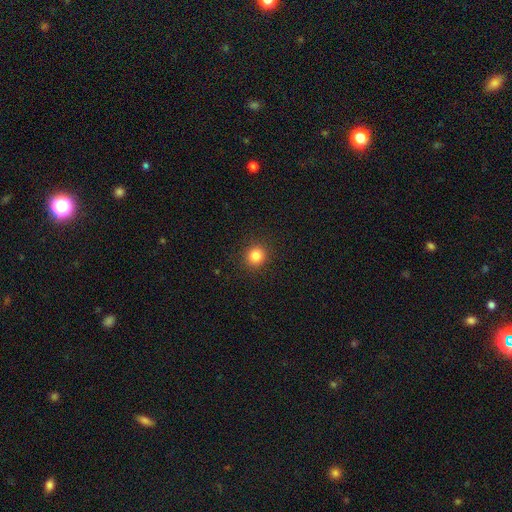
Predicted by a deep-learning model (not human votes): Smooth or featured? Predicted: smooth (p=0.83). How rounded? Predicted: round (p=0.92). Merging? Predicted: none (p=0.91).